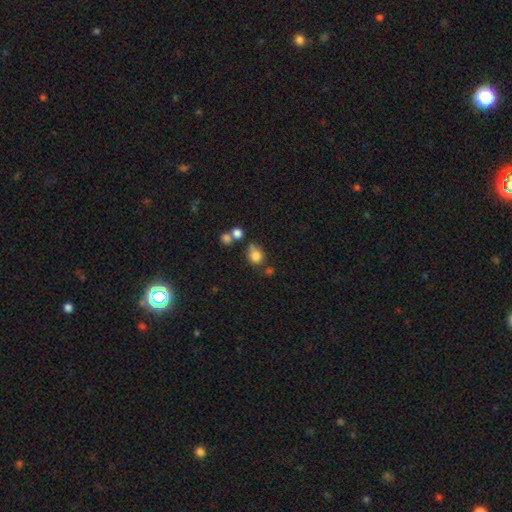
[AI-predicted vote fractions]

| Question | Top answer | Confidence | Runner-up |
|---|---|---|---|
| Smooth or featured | smooth | 80% | star or artifact (12%) |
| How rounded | round | 72% | in between (27%) |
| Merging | none | 53% | merger (20%) |